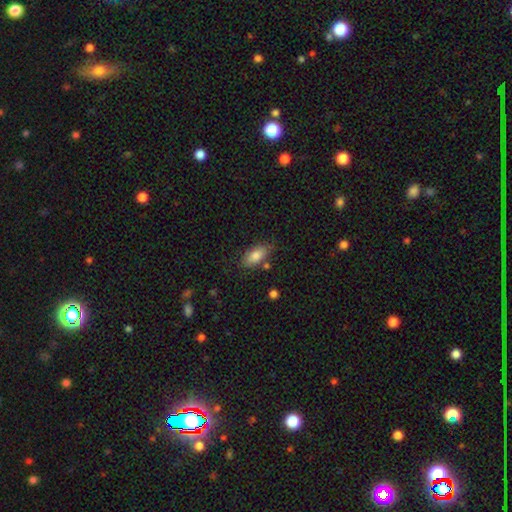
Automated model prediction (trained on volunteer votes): Q: Smooth or featured?
A: smooth (81%); runner-up: featured or disk (12%)
Q: How rounded?
A: in between (89%); runner-up: cigar-shaped (8%)
Q: Merging?
A: none (74%); runner-up: minor disturbance (17%)